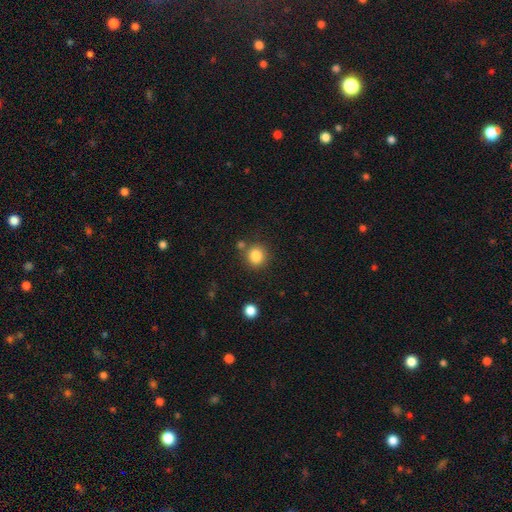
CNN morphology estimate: smooth-or-featured: smooth: 84% | star or artifact: 11% | featured or disk: 5%
  how-rounded: round: 85% | in between: 14% | cigar-shaped: 1%
  merging: none: 78% | minor disturbance: 10% | merger: 9% | major disturbance: 3%